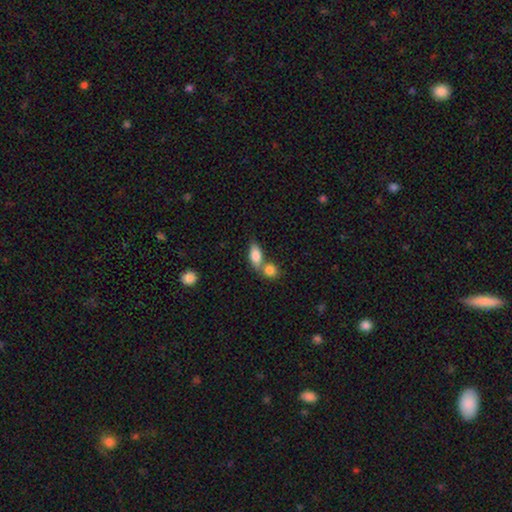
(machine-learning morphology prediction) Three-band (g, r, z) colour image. It shows a smooth galaxy with no disk features (83%) that is in between round and cigar-shaped (83%). Merging: merger (48%).